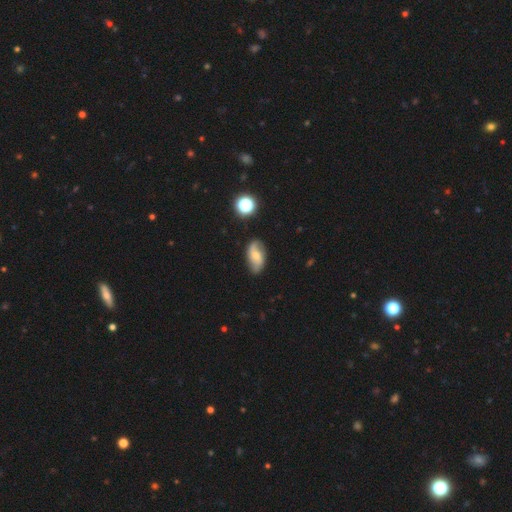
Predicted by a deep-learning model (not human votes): This appears to be a featured or disk galaxy (60%) with no bar (55%), 2 (86%) loose (56%) spiral arms (90%) and a small central bulge (53%). Merging: none (76%).